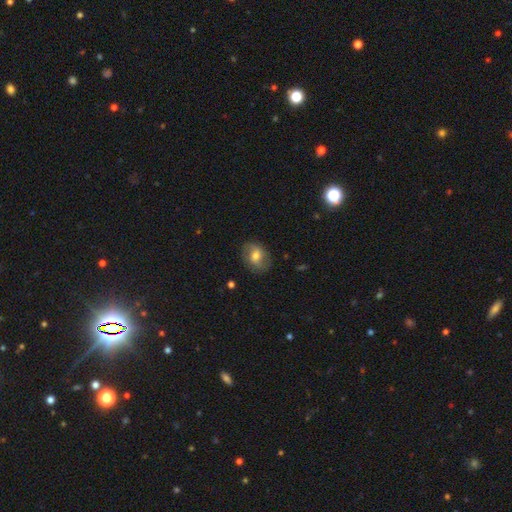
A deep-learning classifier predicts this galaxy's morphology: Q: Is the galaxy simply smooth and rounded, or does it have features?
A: smooth — 47%.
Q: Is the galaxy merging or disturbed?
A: none — 80%.